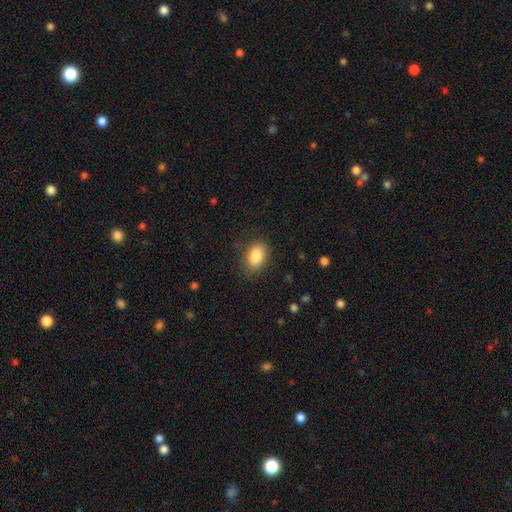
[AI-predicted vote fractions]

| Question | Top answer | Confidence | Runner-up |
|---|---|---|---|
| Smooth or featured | smooth | 86% | star or artifact (7%) |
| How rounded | in between | 88% | round (11%) |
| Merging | none | 83% | minor disturbance (13%) |